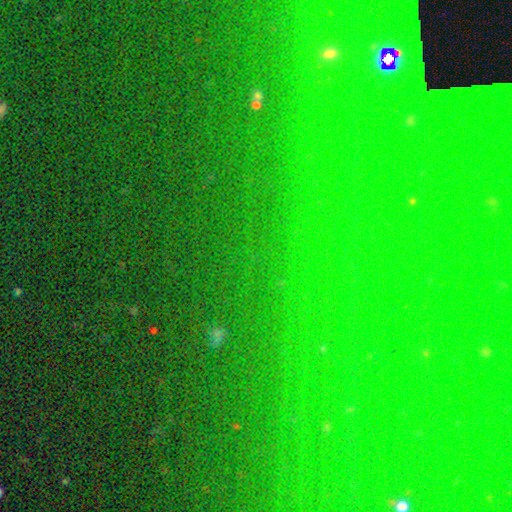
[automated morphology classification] Overall: star or artifact (78%).